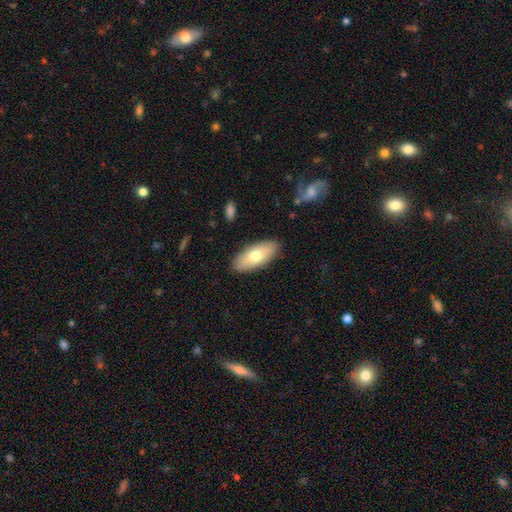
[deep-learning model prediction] This is likely a smooth galaxy (70%). How rounded: clearly in between (85%). Merging: clearly none (87%).